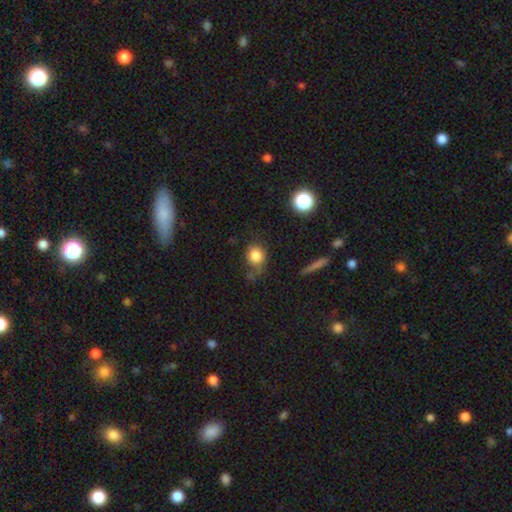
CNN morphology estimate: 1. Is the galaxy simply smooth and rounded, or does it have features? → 81% smooth, 11% star or artifact, 8% featured or disk.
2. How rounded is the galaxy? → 77% round, 22% in between, 2% cigar-shaped.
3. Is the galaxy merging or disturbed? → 59% none, 24% minor disturbance, 10% major disturbance, 7% merger.